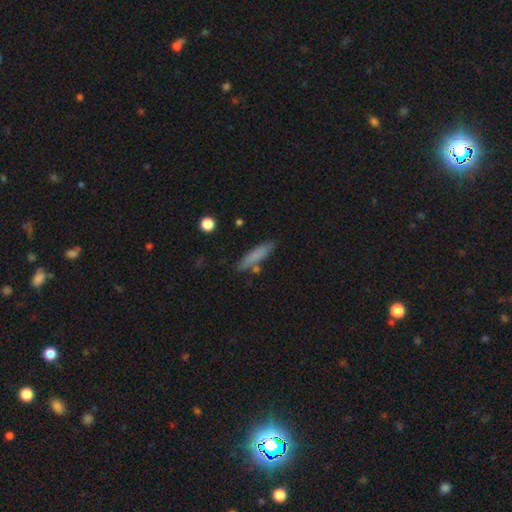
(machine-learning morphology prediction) smooth 78%, featured or disk 15%, star or artifact 8%. Down the decision tree: how rounded — cigar-shaped (83%); merging — none (78%).